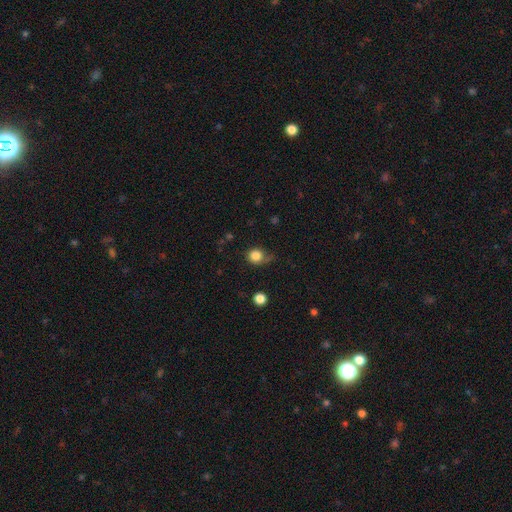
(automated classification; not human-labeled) smooth_or_featured: smooth (p=0.83) [alt: star or artifact p=0.10]
how_rounded: round (p=0.83) [alt: in between p=0.16]
merging: none (p=0.59) [alt: minor disturbance p=0.26]